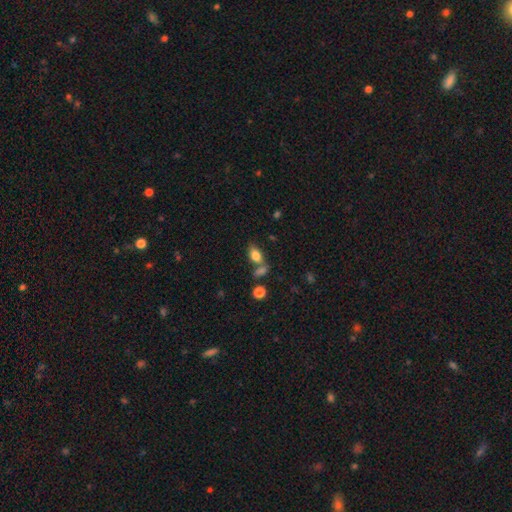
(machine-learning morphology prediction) This is likely a smooth galaxy (79%). How rounded: clearly in between (85%). Merging: possibly none (54%).